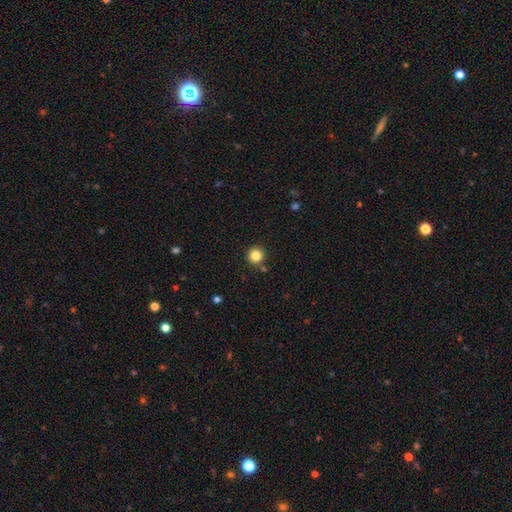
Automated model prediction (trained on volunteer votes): Smooth or featured? smooth (84%)
How rounded? round (95%)
Merging? none (88%)